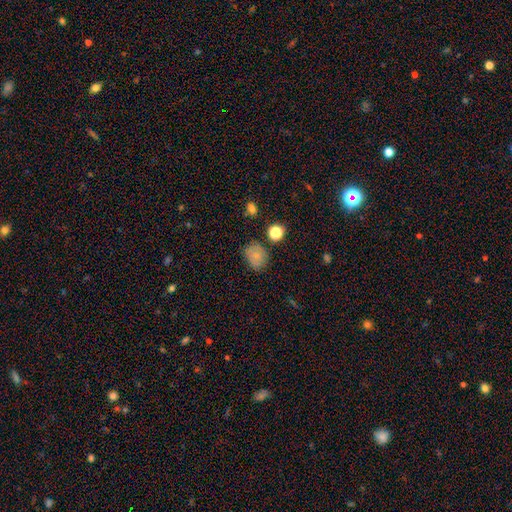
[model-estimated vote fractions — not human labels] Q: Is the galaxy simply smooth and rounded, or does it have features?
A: smooth — 76%.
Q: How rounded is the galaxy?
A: round — 61%.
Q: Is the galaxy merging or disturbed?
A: none — 75%.